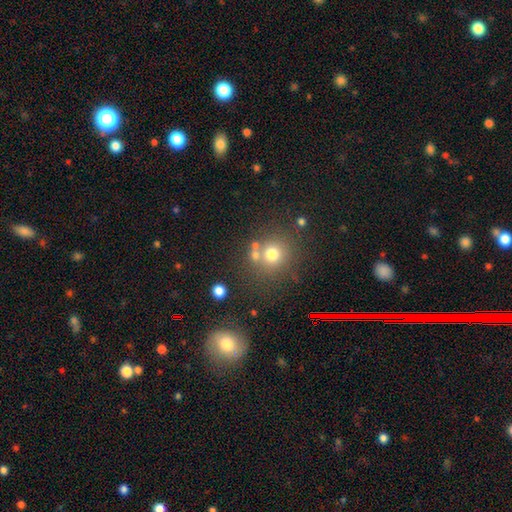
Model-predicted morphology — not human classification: Overall: smooth (71%). How rounded: round (87%). Merging: none (65%).